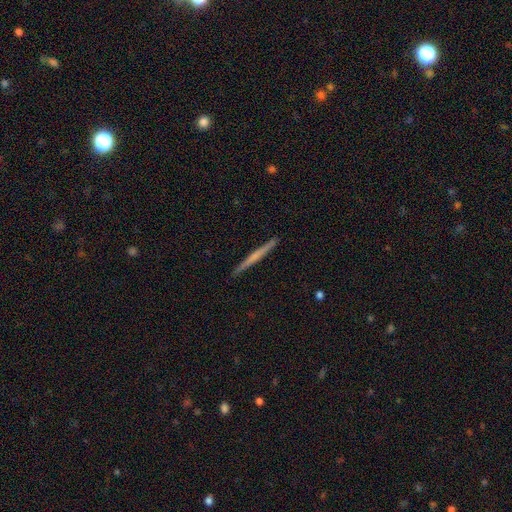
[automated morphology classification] Q: Smooth or featured?
A: featured or disk (51%); runner-up: smooth (44%)
Q: Edge-on disk?
A: yes (98%); runner-up: no (2%)
Q: Merging?
A: none (92%); runner-up: minor disturbance (6%)